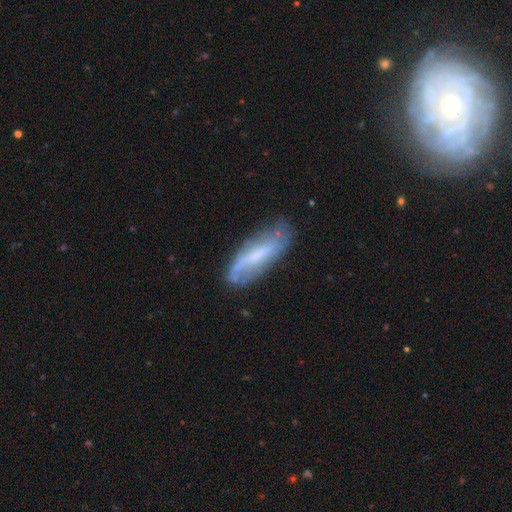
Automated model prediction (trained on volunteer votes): Smooth or featured? featured or disk (54%)
Edge-on disk? no (75%)
Merging? none (63%)